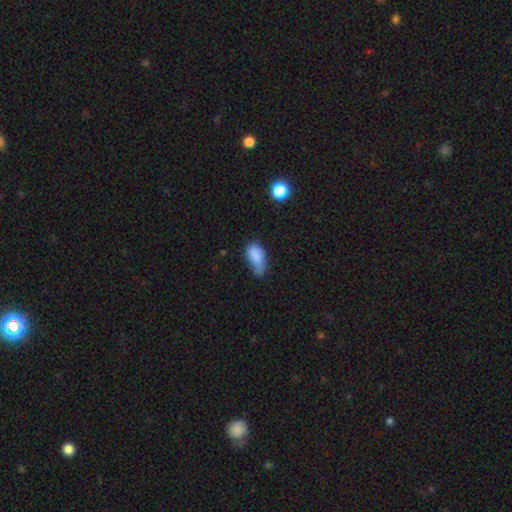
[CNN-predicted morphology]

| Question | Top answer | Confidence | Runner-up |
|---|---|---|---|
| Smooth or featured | smooth | 80% | featured or disk (10%) |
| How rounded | in between | 89% | cigar-shaped (6%) |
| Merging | minor disturbance | 42% | none (30%) |